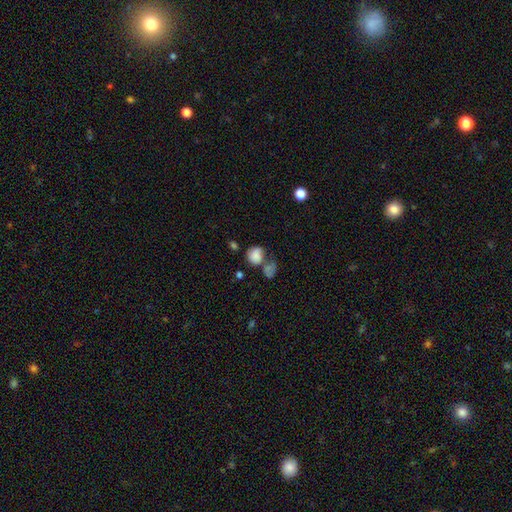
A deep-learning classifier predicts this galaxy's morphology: A smooth galaxy with no disk features (78%) that is round (67%). Merging: merger (40%).